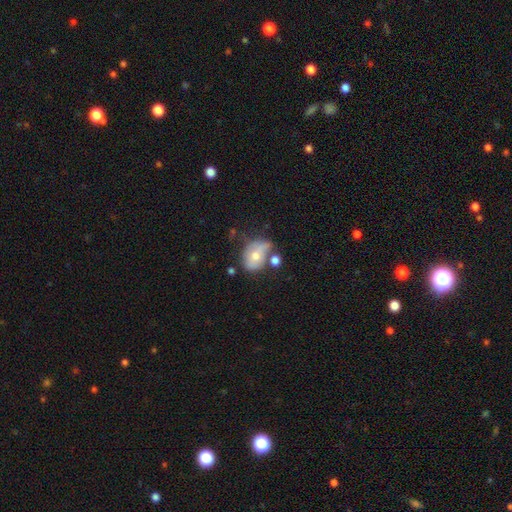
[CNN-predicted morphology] smooth 60%, featured or disk 31%, star or artifact 9%. Down the decision tree: how rounded — in between (68%); merging — none (33%).